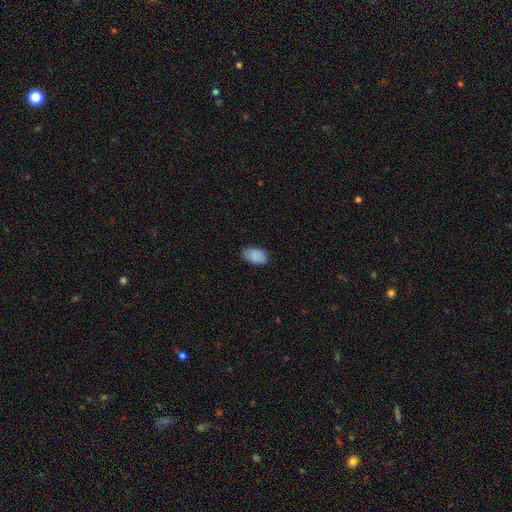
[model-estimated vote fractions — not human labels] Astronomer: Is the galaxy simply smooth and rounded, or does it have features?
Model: smooth — 88%.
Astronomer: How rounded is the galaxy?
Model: in between — 91%.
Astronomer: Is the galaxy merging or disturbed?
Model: none — 80%.